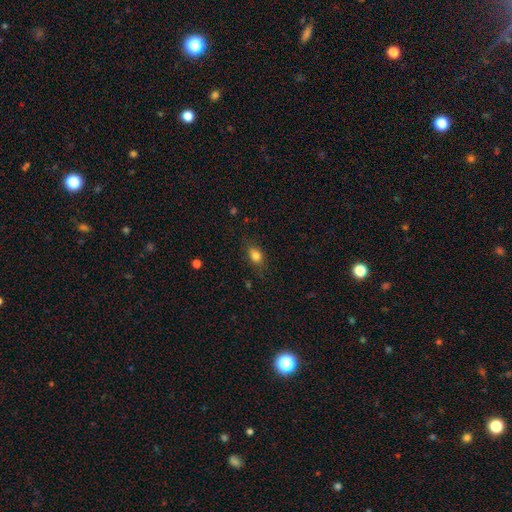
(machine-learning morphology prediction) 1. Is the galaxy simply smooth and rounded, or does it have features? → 80% smooth, 11% star or artifact, 9% featured or disk.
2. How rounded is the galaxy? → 64% in between, 32% round, 3% cigar-shaped.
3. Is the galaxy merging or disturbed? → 75% none, 18% minor disturbance, 5% major disturbance, 2% merger.